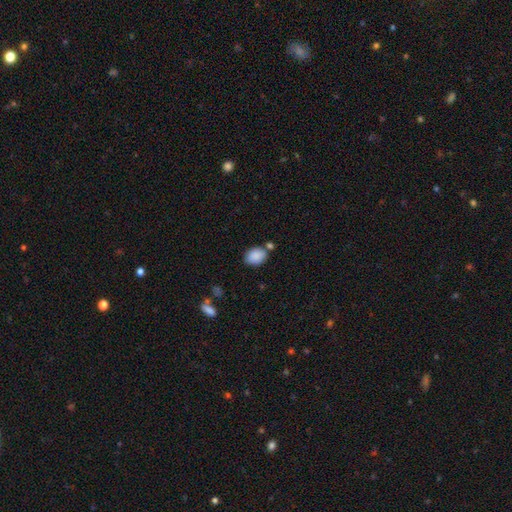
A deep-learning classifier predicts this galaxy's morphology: smooth_or_featured: smooth (p=0.88) [alt: star or artifact p=0.07]
how_rounded: in between (p=0.68) [alt: round p=0.31]
merging: none (p=0.67) [alt: minor disturbance p=0.16]